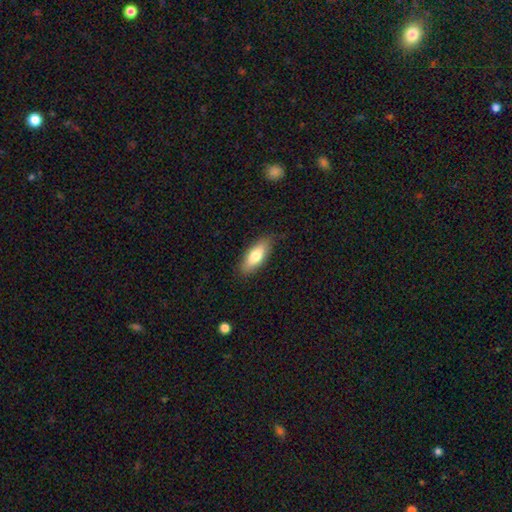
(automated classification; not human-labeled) smooth_or_featured: smooth (p=0.73) [alt: featured or disk p=0.21]
how_rounded: in between (p=0.75) [alt: cigar-shaped p=0.22]
merging: none (p=0.84) [alt: minor disturbance p=0.13]